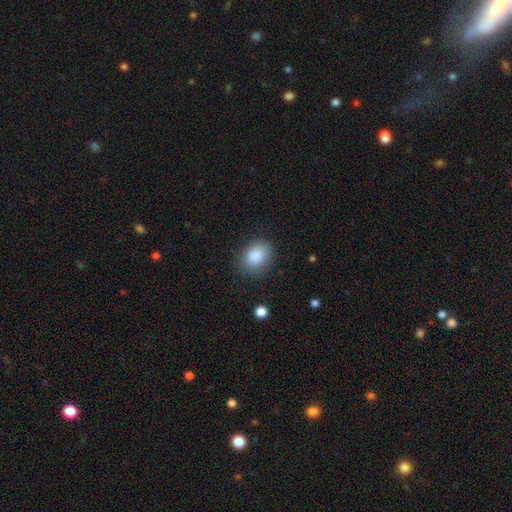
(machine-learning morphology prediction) smooth 86%, star or artifact 8%, featured or disk 6%. Down the decision tree: how rounded — in between (61%); merging — none (81%).